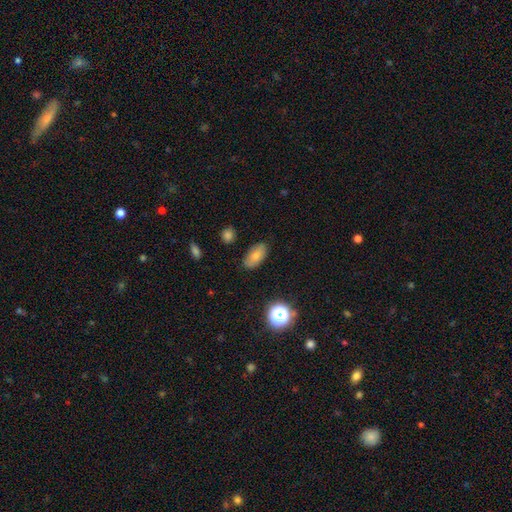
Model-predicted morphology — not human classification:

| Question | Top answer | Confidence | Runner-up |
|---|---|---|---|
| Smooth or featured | smooth | 77% | featured or disk (13%) |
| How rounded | in between | 89% | cigar-shaped (5%) |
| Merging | none | 85% | minor disturbance (11%) |